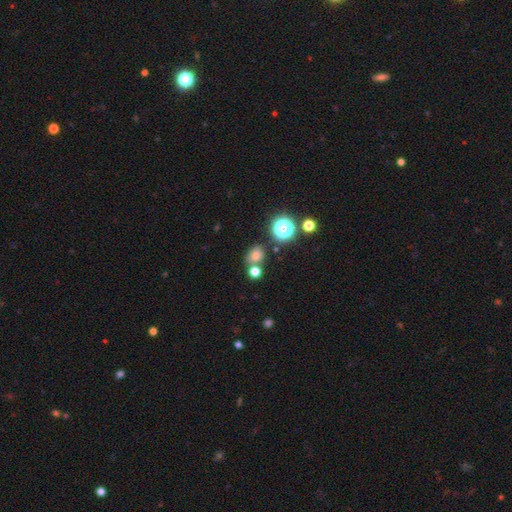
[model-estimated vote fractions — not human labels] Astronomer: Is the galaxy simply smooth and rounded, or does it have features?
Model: smooth — 70%.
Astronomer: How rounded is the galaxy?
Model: round — 63%.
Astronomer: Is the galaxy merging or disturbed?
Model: none — 67%.